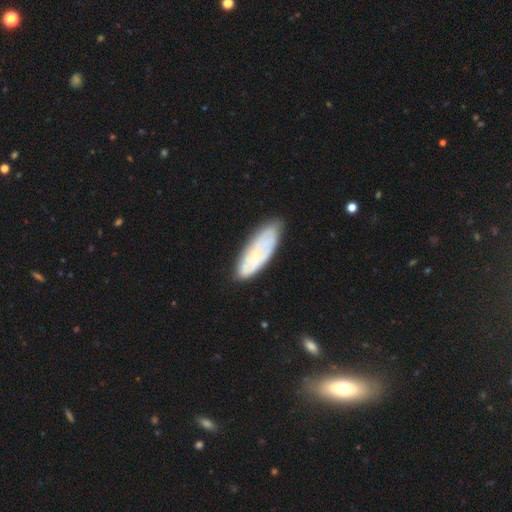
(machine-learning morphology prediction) Q: Smooth or featured?
A: featured or disk (49%); runner-up: smooth (44%)
Q: Merging?
A: none (77%); runner-up: minor disturbance (18%)